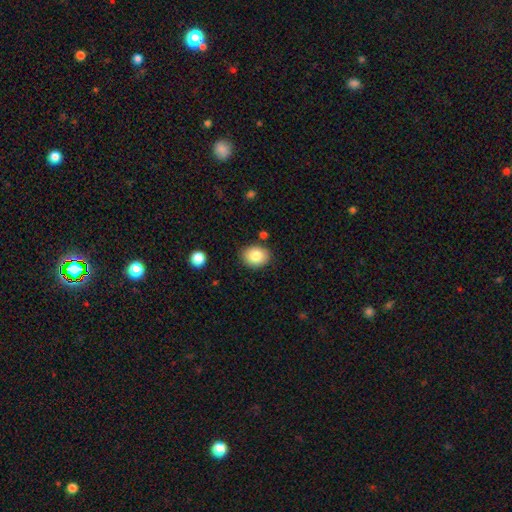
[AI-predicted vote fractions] smooth-or-featured: smooth: 84% | star or artifact: 8% | featured or disk: 8%
  how-rounded: round: 52% | in between: 48% | cigar-shaped: 1%
  merging: none: 84% | minor disturbance: 11% | merger: 3% | major disturbance: 2%